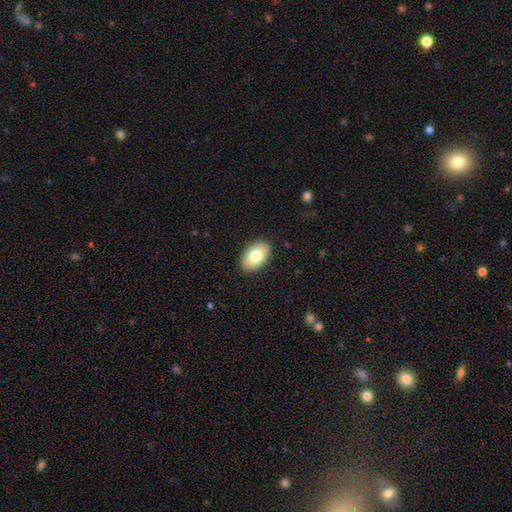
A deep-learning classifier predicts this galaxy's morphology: Smooth or featured? Predicted: smooth (p=0.78). How rounded? Predicted: in between (p=0.92). Merging? Predicted: none (p=0.89).